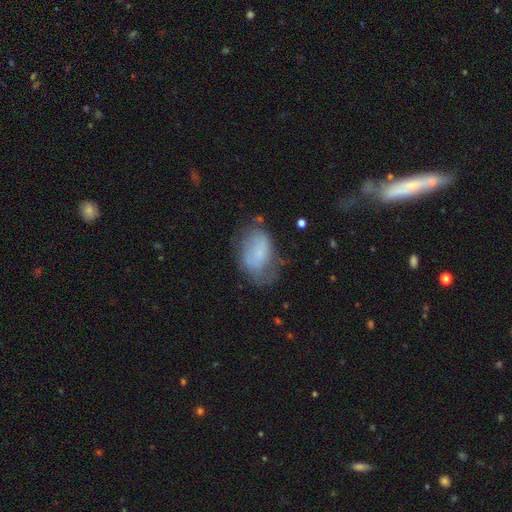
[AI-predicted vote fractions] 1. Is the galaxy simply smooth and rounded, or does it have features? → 58% smooth, 30% featured or disk, 12% star or artifact.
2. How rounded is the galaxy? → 89% in between, 10% round, 2% cigar-shaped.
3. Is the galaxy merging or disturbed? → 48% none, 30% minor disturbance, 18% major disturbance, 3% merger.